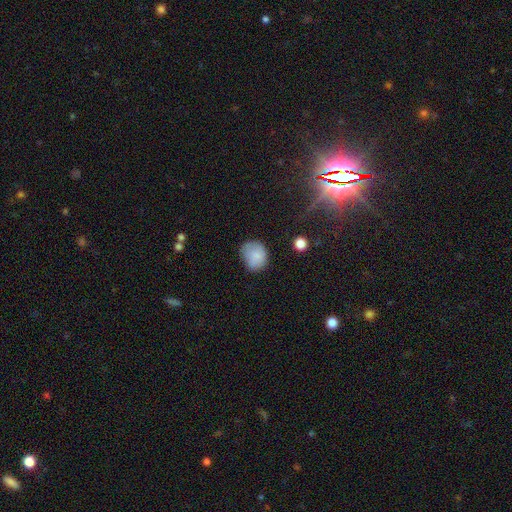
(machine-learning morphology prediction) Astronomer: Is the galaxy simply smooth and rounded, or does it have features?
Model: smooth — 82%.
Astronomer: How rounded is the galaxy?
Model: round — 62% (runner-up: in between, 37%).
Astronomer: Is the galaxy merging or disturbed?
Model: none — 59%.